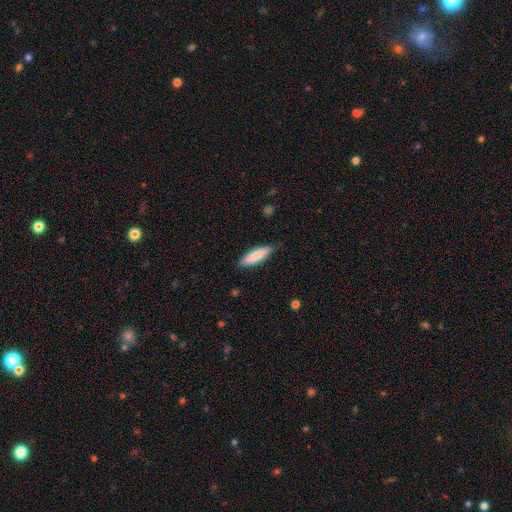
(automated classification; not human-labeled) This appears to be a smooth galaxy with no disk features (83%) that is cigar-shaped (64%). Merging: none (85%).